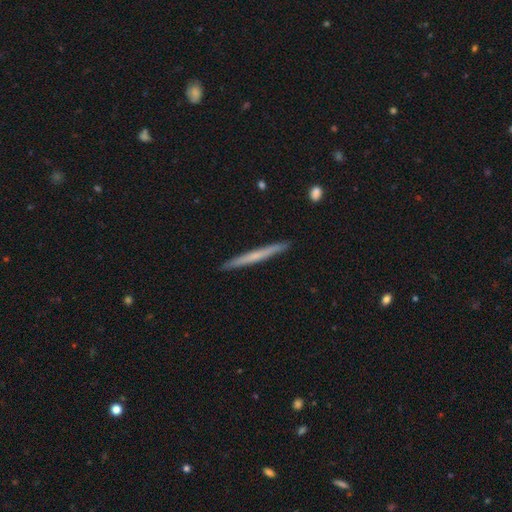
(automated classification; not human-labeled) Overall: smooth (49%; featured or disk 46%). Merging: none (92%).